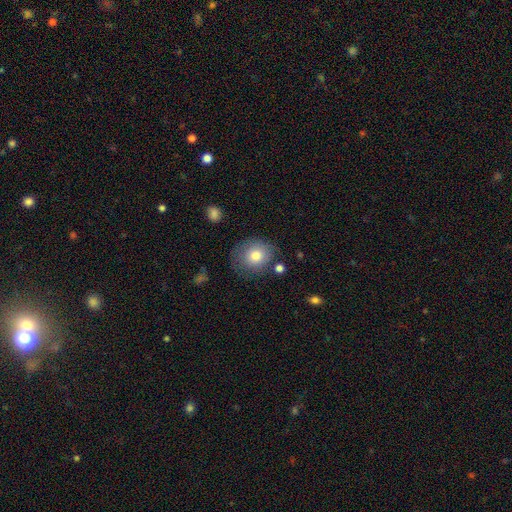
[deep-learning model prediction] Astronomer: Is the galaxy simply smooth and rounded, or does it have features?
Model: smooth — 79%.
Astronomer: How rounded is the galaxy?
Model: round — 76%.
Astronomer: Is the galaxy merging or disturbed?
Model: none — 73%.